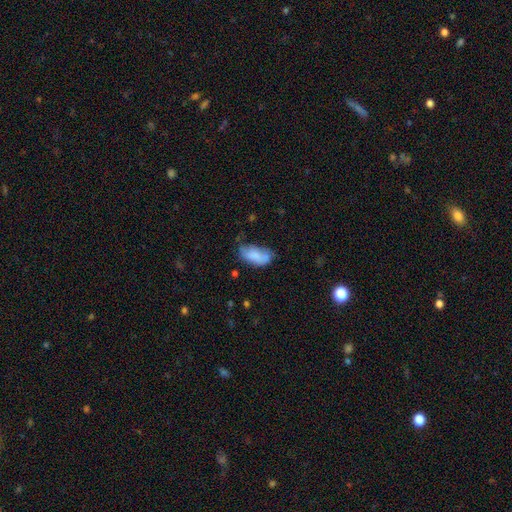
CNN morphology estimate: type=smooth (73%); roundness=in between (93%); merging=none (40%).